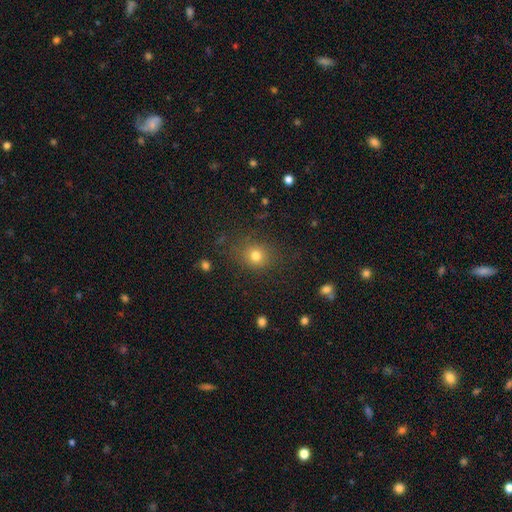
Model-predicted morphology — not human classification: smooth-or-featured: smooth: 76% | star or artifact: 16% | featured or disk: 8%
  how-rounded: round: 77% | in between: 22% | cigar-shaped: 1%
  merging: none: 81% | minor disturbance: 12% | major disturbance: 5% | merger: 2%